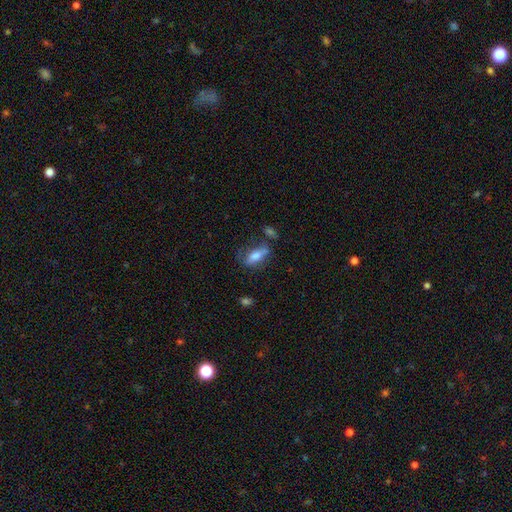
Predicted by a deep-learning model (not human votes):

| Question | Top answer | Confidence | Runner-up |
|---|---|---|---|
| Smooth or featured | smooth | 65% | featured or disk (27%) |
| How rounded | in between | 66% | cigar-shaped (30%) |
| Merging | none | 53% | minor disturbance (23%) |